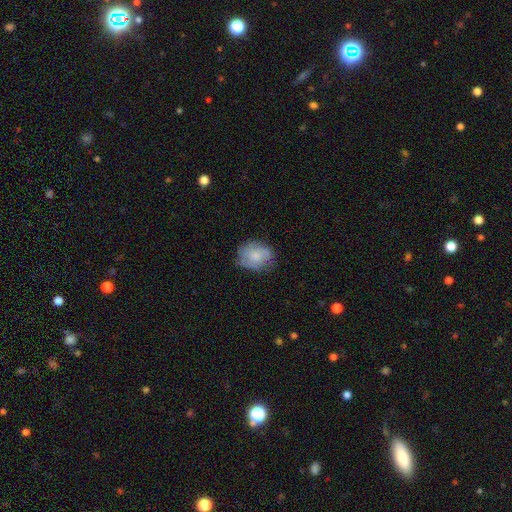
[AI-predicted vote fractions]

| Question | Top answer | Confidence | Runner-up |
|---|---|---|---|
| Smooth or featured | smooth | 68% | featured or disk (25%) |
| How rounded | in between | 50% | round (49%) |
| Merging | none | 62% | minor disturbance (28%) |